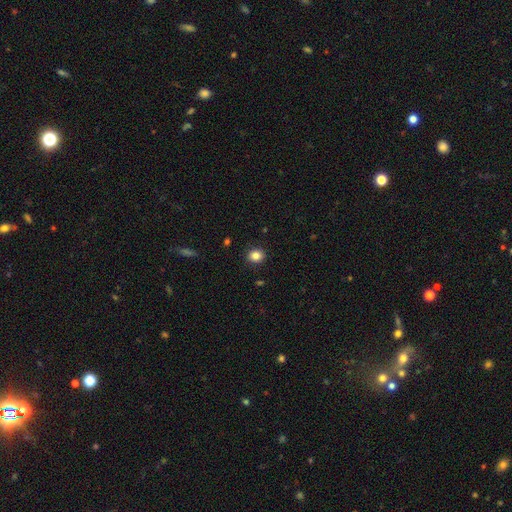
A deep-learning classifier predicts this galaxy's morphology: smooth_or_featured: smooth (p=0.84) [alt: star or artifact p=0.11]
how_rounded: round (p=0.77) [alt: in between p=0.22]
merging: none (p=0.90) [alt: minor disturbance p=0.07]